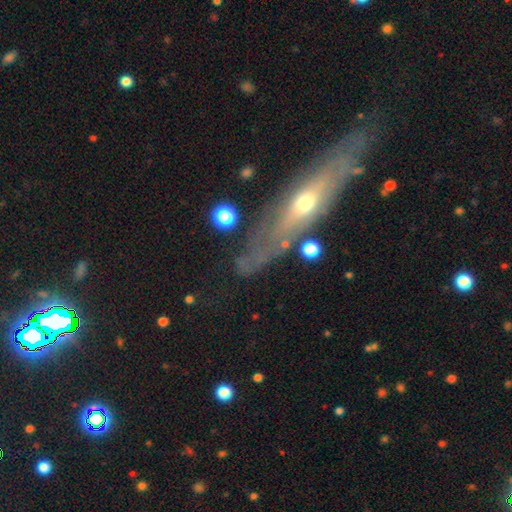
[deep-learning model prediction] Q: Smooth or featured?
A: featured or disk (65%); runner-up: smooth (24%)
Q: Edge-on disk?
A: yes (58%); runner-up: no (42%)
Q: Merging?
A: none (72%); runner-up: minor disturbance (16%)